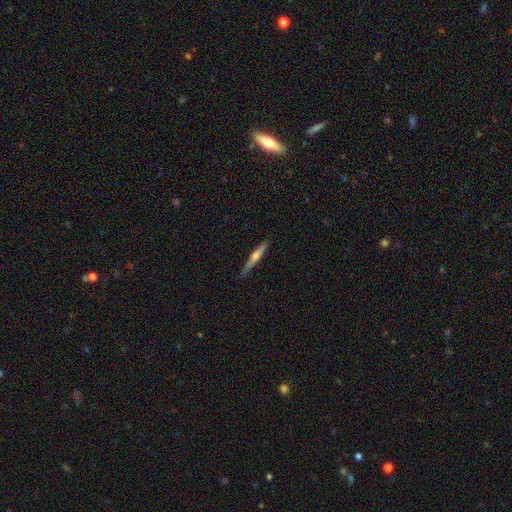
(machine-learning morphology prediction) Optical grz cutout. It shows a featured or disk galaxy (59%) viewed edge-on (97%) with a rounded central bulge (81%). Merging: none (87%).